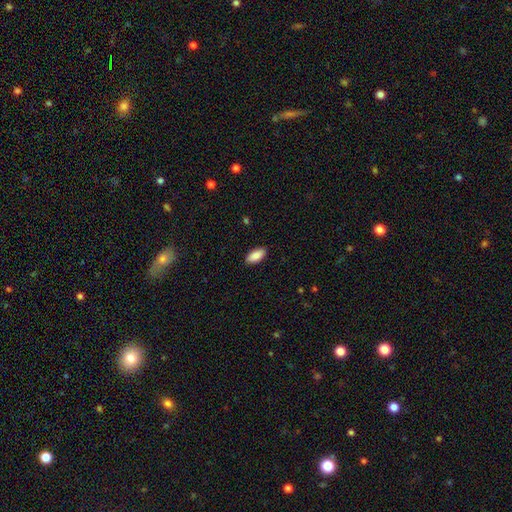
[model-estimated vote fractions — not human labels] This appears to be a smooth galaxy with no disk features (89%) that is in between round and cigar-shaped (91%). Merging: none (89%).